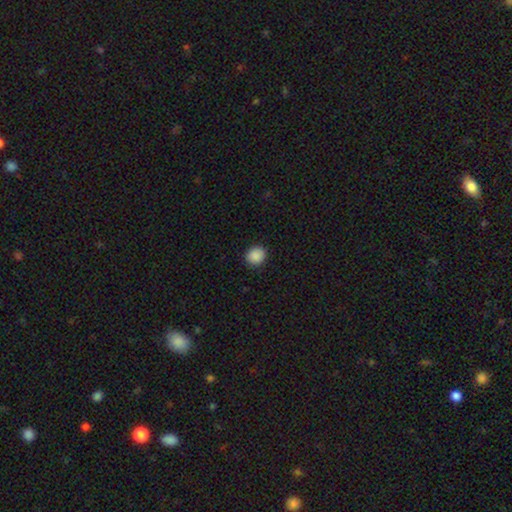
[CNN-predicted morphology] Smooth or featured?
  - smooth: 89% *
  - star or artifact: 9%
  - featured or disk: 2%
How rounded?
  - round: 79% *
  - in between: 20%
  - cigar-shaped: 1%
Merging?
  - none: 90% *
  - minor disturbance: 7%
  - major disturbance: 2%
  - merger: 1%